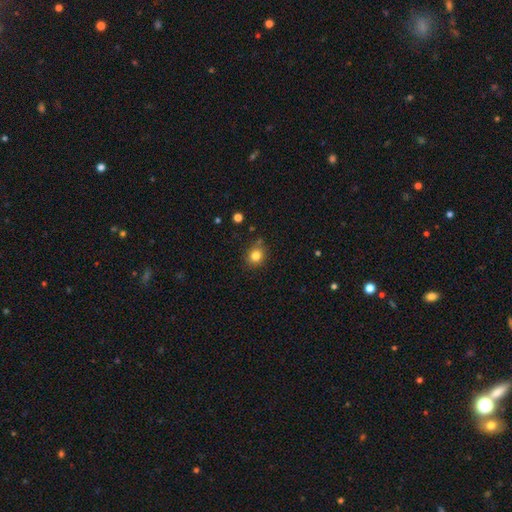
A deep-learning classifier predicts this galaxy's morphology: Smooth or featured?
  - smooth: 82% *
  - star or artifact: 12%
  - featured or disk: 6%
How rounded?
  - round: 78% *
  - in between: 21%
  - cigar-shaped: 1%
Merging?
  - none: 79% *
  - minor disturbance: 13%
  - merger: 4%
  - major disturbance: 3%